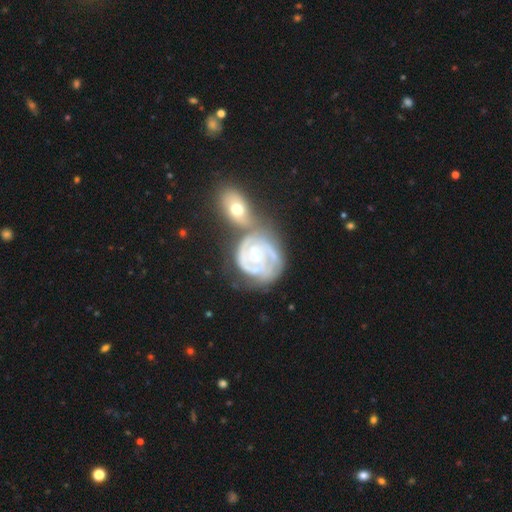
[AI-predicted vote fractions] Smooth or featured?
  - featured or disk: 85% *
  - smooth: 10%
  - star or artifact: 4%
Edge-on disk?
  - no: 97% *
  - yes: 3%
Bar?
  - no: 76% *
  - weak: 18%
  - strong: 6%
Spiral arms?
  - yes: 87% *
  - no: 13%
Spiral winding?
  - tight: 70% *
  - medium: 23%
  - loose: 6%
Spiral arm count?
  - 2: 36% *
  - can't tell: 28%
  - 3: 19%
  - 1: 8%
  - 4: 5%
  - more than 4: 4%
Bulge size?
  - moderate: 78% *
  - small: 14%
  - large: 5%
  - none: 1%
  - dominant: 1%
Merging?
  - merger: 45% *
  - none: 28%
  - minor disturbance: 15%
  - major disturbance: 11%